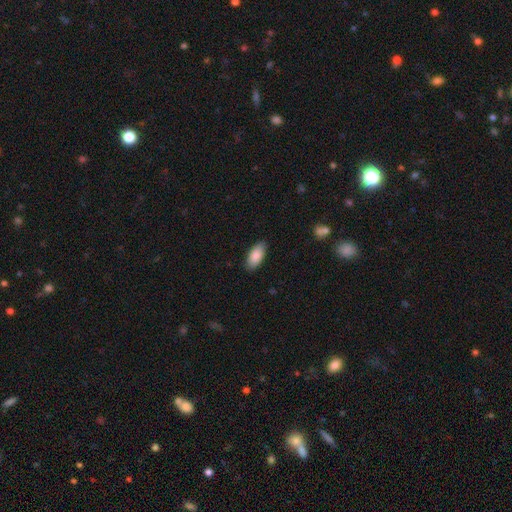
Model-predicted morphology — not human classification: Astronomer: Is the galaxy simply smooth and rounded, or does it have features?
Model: smooth — 88%.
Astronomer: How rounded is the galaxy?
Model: in between — 92%.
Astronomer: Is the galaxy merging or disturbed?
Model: none — 86%.